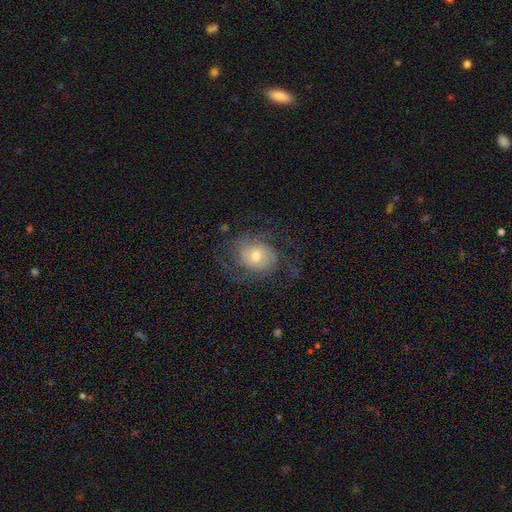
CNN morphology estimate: Smooth or featured: featured or disk — 62% (smooth — 29%)
Edge-on disk: no — 96% (yes — 4%)
Bar: no — 73% (weak — 22%)
Spiral arms: yes — 75% (no — 25%)
Bulge size: moderate — 62% (small — 30%)
Merging: none — 63% (major disturbance — 19%)